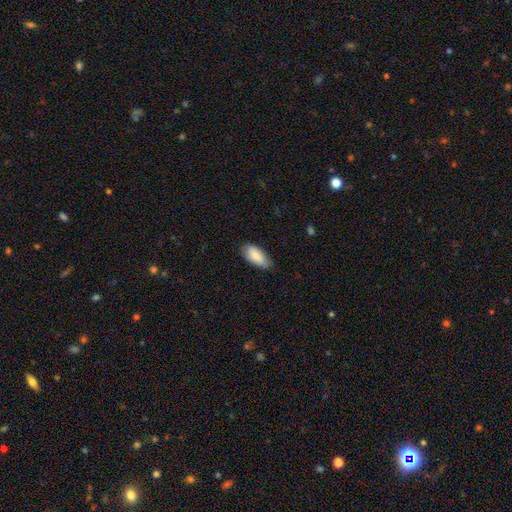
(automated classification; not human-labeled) The model was most divided on "merging": none: 73%, minor disturbance: 22%, major disturbance: 3%, merger: 1%. More confident: how rounded — in between (90%); smooth or featured — smooth (83%).